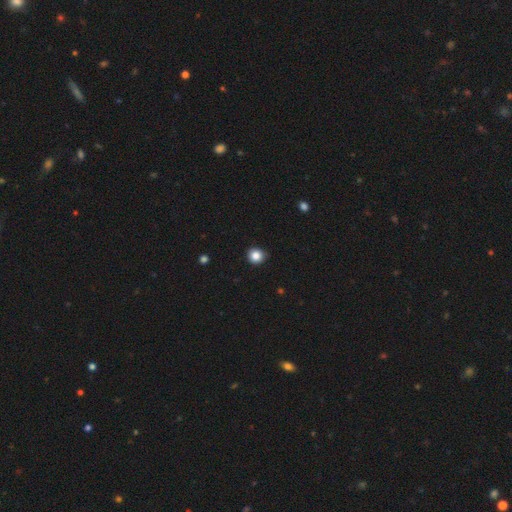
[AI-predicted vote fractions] smooth 85%, star or artifact 11%, featured or disk 4%. Down the decision tree: how rounded — round (91%); merging — none (86%).